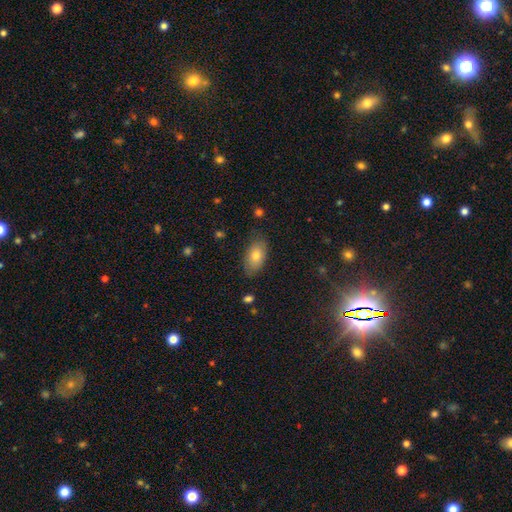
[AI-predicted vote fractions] A smooth galaxy with no disk features (75%) that is in between round and cigar-shaped (92%). Merging: none (80%).